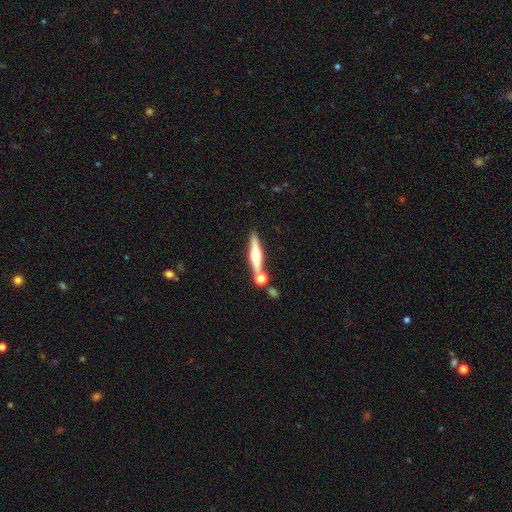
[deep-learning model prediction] Overall: featured or disk (59%; smooth 34%). Edge-on disk: yes (95%). Edge-on bulge: rounded (91%). Merging: none (70%).